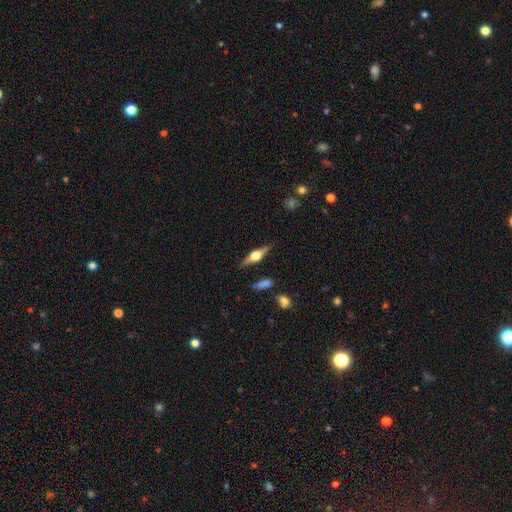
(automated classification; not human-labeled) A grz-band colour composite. It shows a featured or disk galaxy (72%) viewed edge-on (96%) with a rounded central bulge (94%). Merging: none (85%).